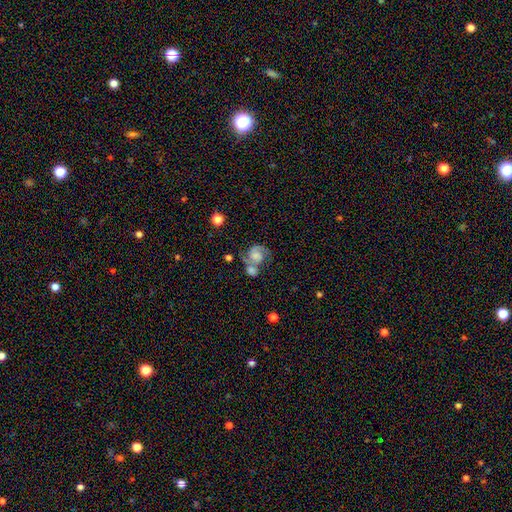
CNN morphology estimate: Overall: featured or disk (75%). Edge-on disk: no (98%). Bar: no (65%; weak 29%). Spiral arms: yes (94%). Spiral arm count: 2 (87%). Spiral winding: medium (53%; tight 29%). Bulge size: small (33%; moderate 32%). Merging: merger (42%; none 34%).